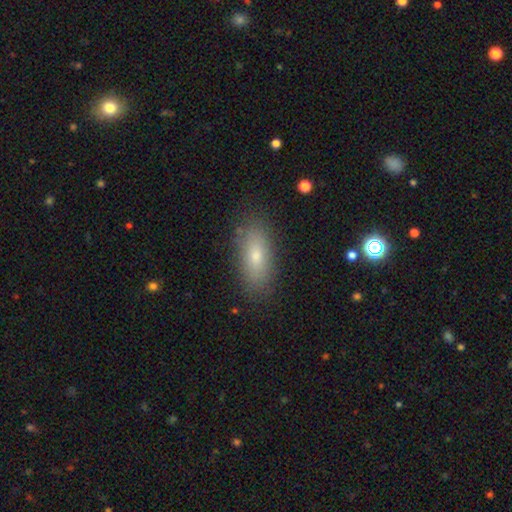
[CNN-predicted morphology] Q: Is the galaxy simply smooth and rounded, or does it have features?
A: smooth — 73%.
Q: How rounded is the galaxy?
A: in between — 77%.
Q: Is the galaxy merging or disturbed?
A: none — 85%.